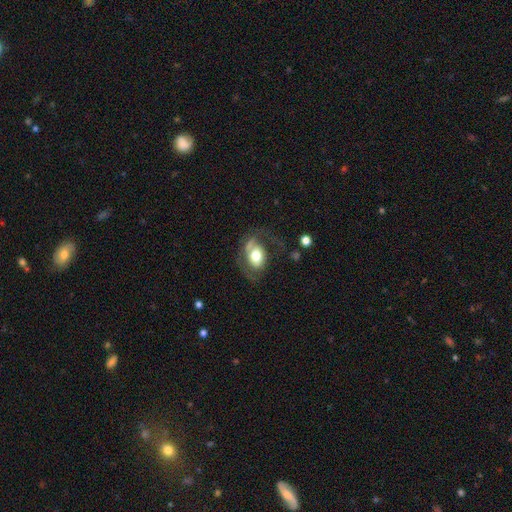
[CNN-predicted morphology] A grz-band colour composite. It shows a featured or disk galaxy (50%). Merging: none (44%).